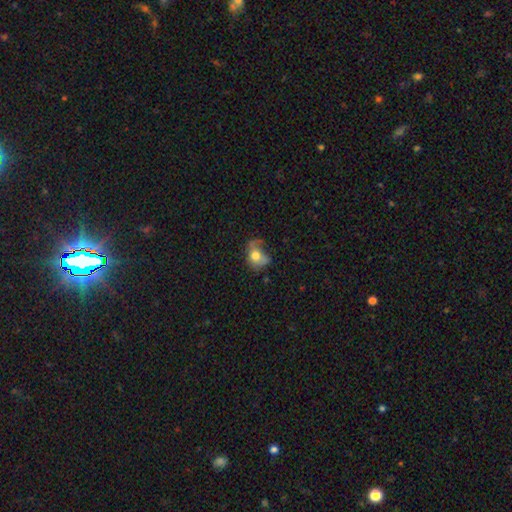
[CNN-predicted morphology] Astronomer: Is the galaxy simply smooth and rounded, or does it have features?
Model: smooth — 69%.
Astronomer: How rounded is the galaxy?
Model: round — 51% (runner-up: in between, 47%).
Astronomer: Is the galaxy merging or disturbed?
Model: major disturbance — 32% (runner-up: none, 31%).